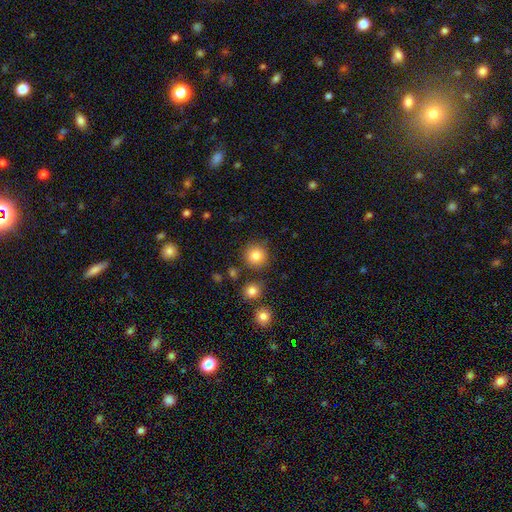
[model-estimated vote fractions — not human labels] smooth-or-featured: smooth: 83% | star or artifact: 11% | featured or disk: 6%
  how-rounded: round: 93% | in between: 6% | cigar-shaped: 1%
  merging: none: 83% | minor disturbance: 9% | merger: 5% | major disturbance: 3%